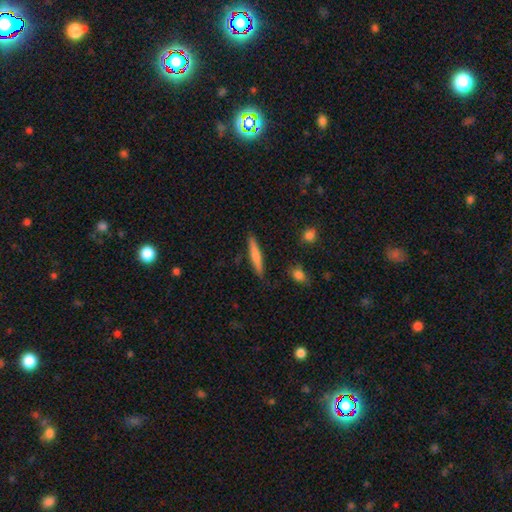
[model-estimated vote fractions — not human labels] Overall: smooth (68%). How rounded: cigar-shaped (92%). Merging: none (87%).